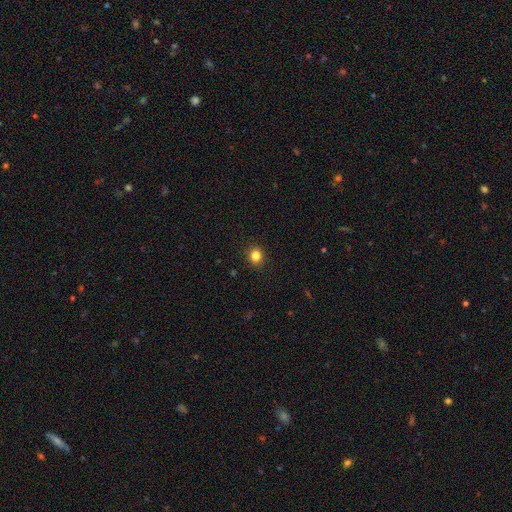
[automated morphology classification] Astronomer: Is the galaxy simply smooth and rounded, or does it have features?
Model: smooth — 84%.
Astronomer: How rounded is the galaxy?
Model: round — 82%.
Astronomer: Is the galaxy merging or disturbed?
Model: none — 92%.